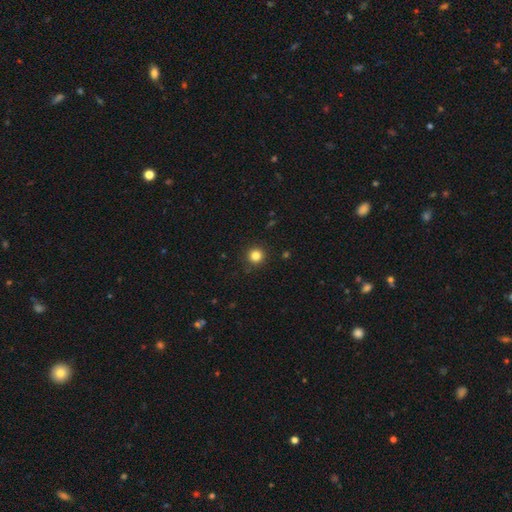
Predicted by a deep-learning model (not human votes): Morphology: type=smooth (83%); roundness=round (95%); merging=none (91%).